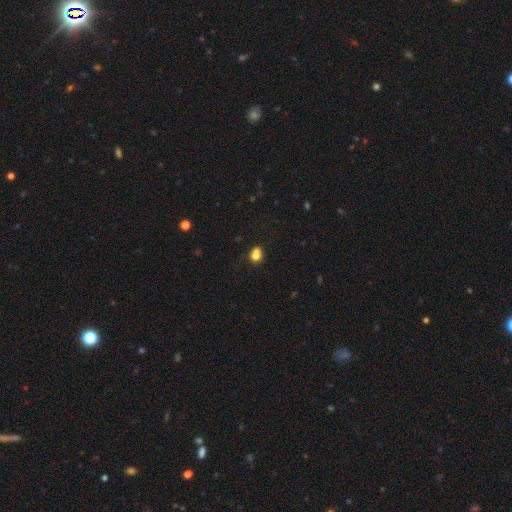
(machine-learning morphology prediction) smooth-or-featured: smooth: 75% | star or artifact: 12% | featured or disk: 12%
  how-rounded: round: 68% | in between: 30% | cigar-shaped: 1%
  merging: none: 42% | merger: 40% | minor disturbance: 13% | major disturbance: 5%